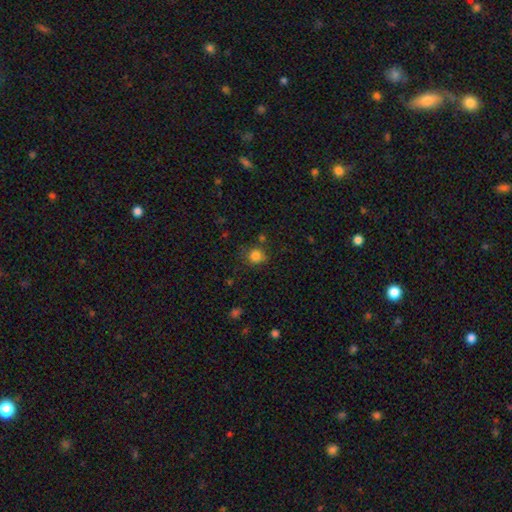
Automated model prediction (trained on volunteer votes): This is clearly a smooth galaxy (82%). How rounded: clearly round (84%). Merging: likely none (73%).